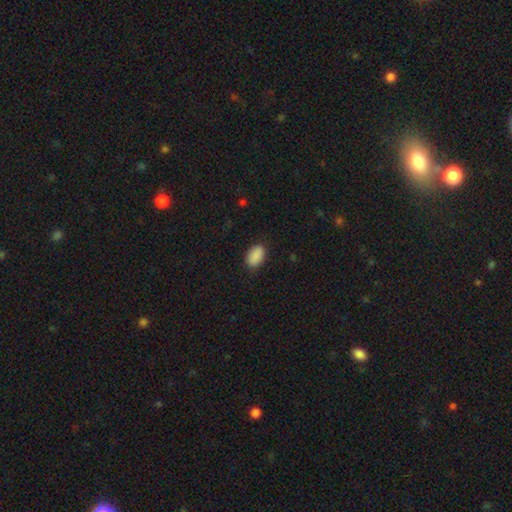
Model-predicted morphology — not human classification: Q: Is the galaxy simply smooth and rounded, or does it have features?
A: smooth — 90%.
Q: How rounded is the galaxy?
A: in between — 91%.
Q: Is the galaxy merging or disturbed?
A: none — 85%.